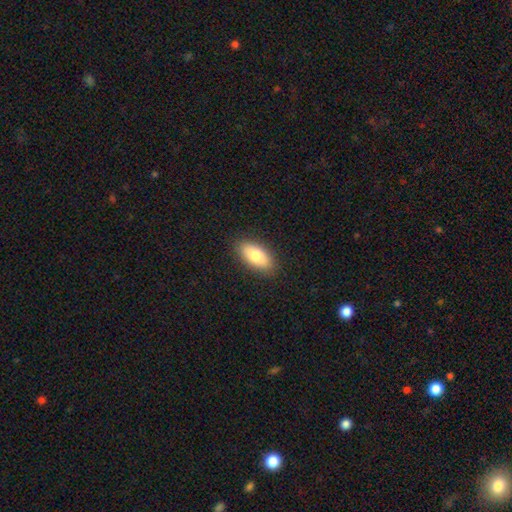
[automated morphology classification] smooth_or_featured: smooth (p=0.80) [alt: featured or disk p=0.13]
how_rounded: in between (p=0.88) [alt: cigar-shaped p=0.09]
merging: none (p=0.89) [alt: minor disturbance p=0.09]